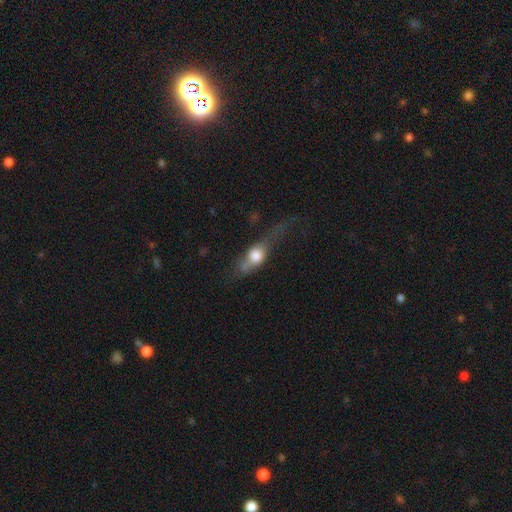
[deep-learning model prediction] This is possibly a smooth galaxy (57%). How rounded: possibly in between (57%). Merging: marginally major disturbance (39%).